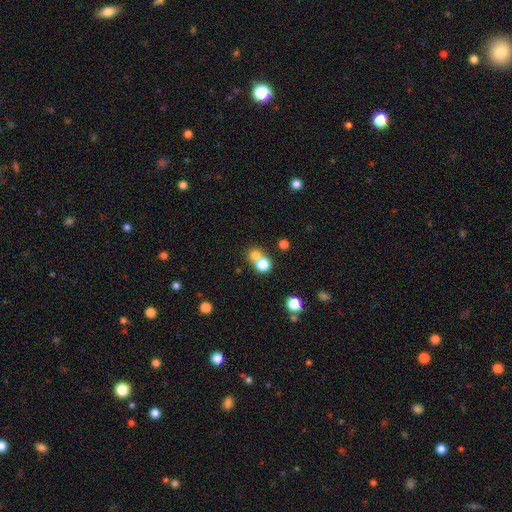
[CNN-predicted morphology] Smooth or featured: smooth — 75% (star or artifact — 14%)
How rounded: round — 86% (in between — 13%)
Merging: merger — 48% (none — 44%)